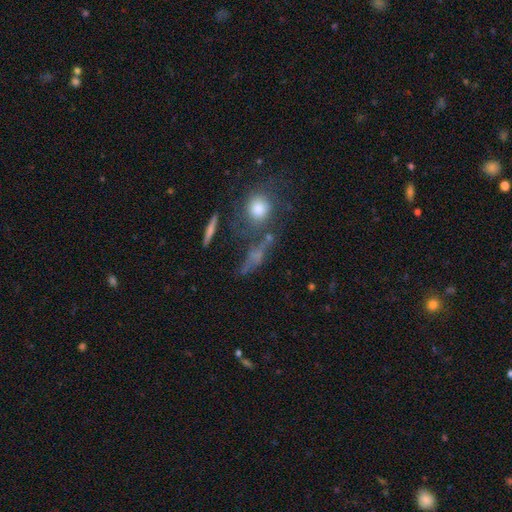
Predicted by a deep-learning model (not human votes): Morphology: type=smooth (46%); merging=none (52%).